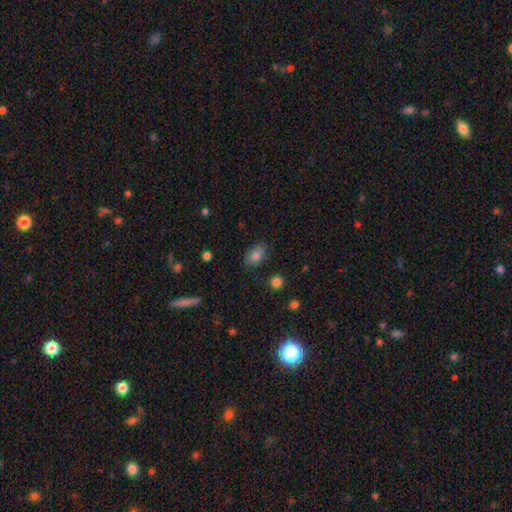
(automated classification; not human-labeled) smooth-or-featured: smooth: 80% | featured or disk: 11% | star or artifact: 9%
  how-rounded: in between: 89% | round: 8% | cigar-shaped: 3%
  merging: none: 78% | minor disturbance: 17% | major disturbance: 4% | merger: 2%